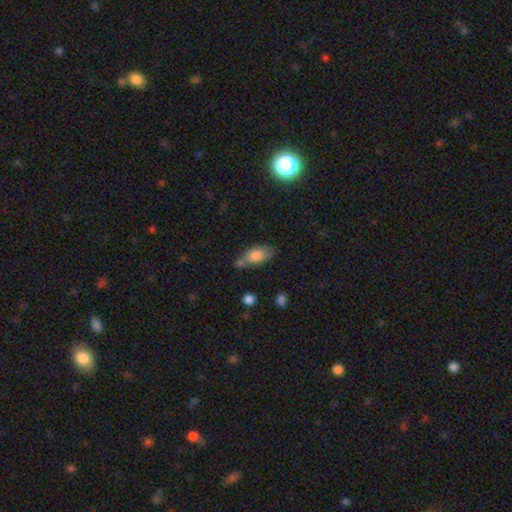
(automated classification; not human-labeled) Smooth or featured: smooth — 77% (featured or disk — 15%)
How rounded: in between — 83% (cigar-shaped — 13%)
Merging: none — 49% (minor disturbance — 27%)